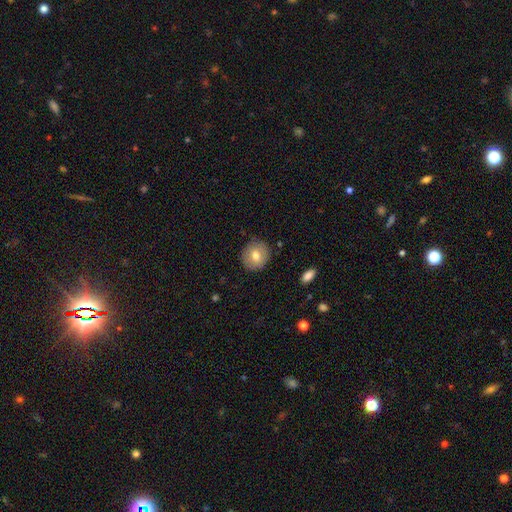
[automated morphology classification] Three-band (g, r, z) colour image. It shows a smooth galaxy with no disk features (74%) that is round (87%). Merging: none (87%).